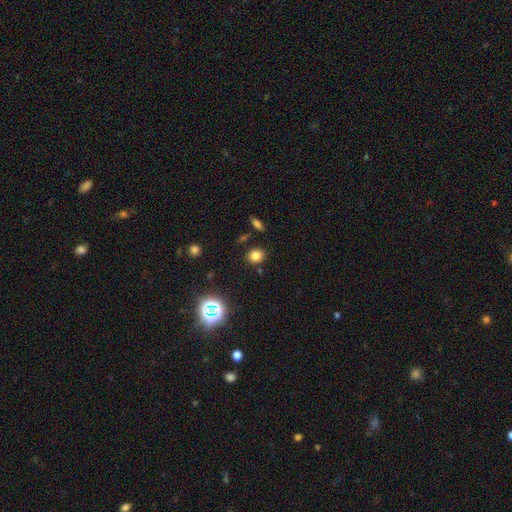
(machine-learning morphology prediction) A smooth galaxy with no disk features (78%) that is round (69%).

Vote fractions:
- Smooth or featured? smooth: 78% / star or artifact: 16% / featured or disk: 6%
- How rounded? round: 69% / in between: 30% / cigar-shaped: 1%
- Merging? none: 85% / minor disturbance: 8% / merger: 4% / major disturbance: 3%